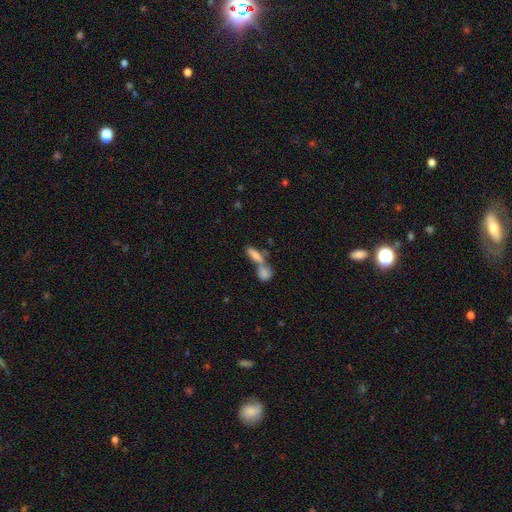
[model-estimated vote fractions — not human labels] Overall: smooth (71%). How rounded: in between (54%; cigar-shaped 41%). Merging: merger (63%; none 26%).